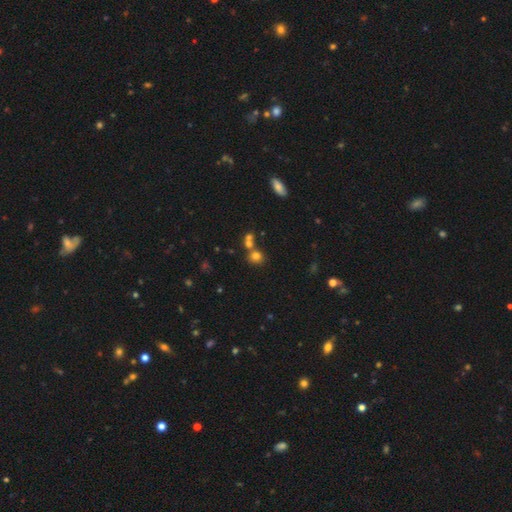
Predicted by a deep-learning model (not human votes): smooth-or-featured: smooth: 74% | star or artifact: 17% | featured or disk: 10%
  how-rounded: round: 78% | in between: 20% | cigar-shaped: 1%
  merging: none: 56% | merger: 31% | minor disturbance: 9% | major disturbance: 4%